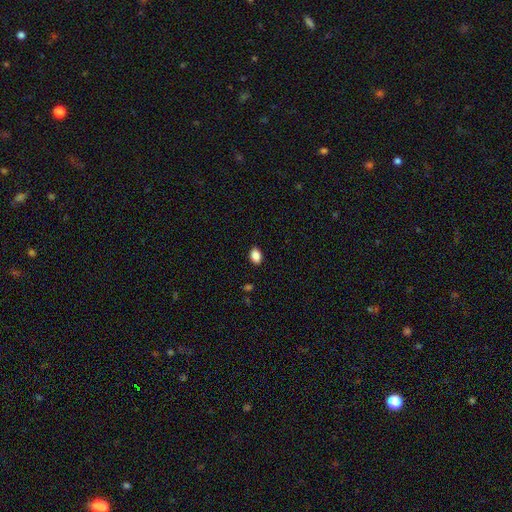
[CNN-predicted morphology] Smooth or featured? smooth (88%)
How rounded? in between (83%)
Merging? none (89%)